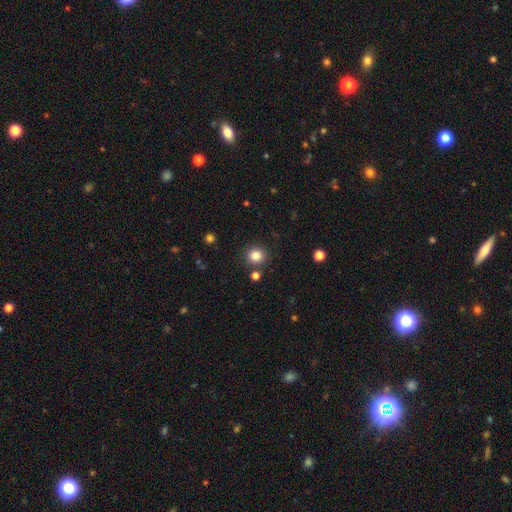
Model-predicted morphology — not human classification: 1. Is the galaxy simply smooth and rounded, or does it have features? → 84% smooth, 12% star or artifact, 5% featured or disk.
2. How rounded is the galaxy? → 92% round, 7% in between, 1% cigar-shaped.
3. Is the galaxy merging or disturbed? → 86% none, 7% minor disturbance, 4% merger, 3% major disturbance.